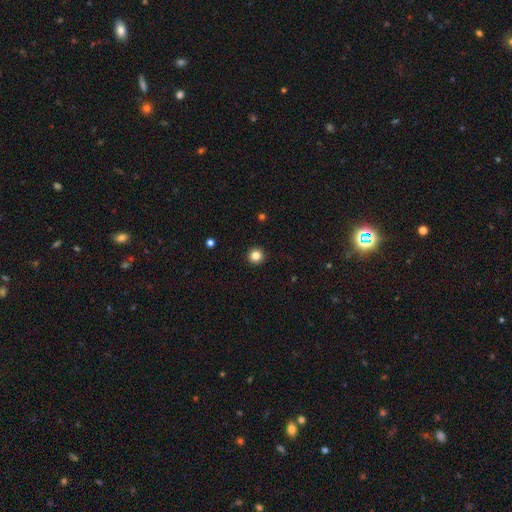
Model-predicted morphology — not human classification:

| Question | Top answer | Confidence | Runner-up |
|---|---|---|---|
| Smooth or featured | smooth | 83% | star or artifact (12%) |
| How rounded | round | 96% | in between (3%) |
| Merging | none | 94% | minor disturbance (4%) |